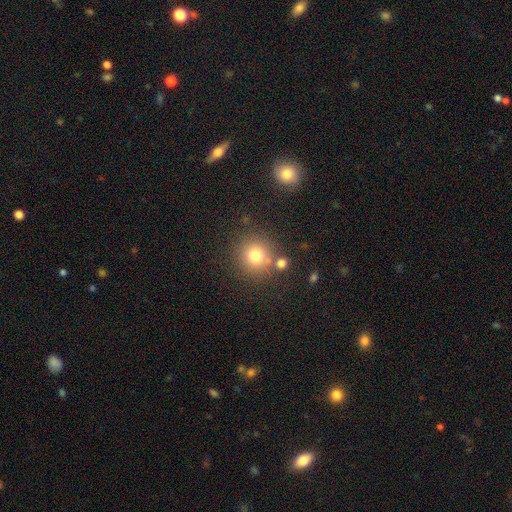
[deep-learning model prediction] The model was most divided on "smooth or featured": smooth: 76%, star or artifact: 14%, featured or disk: 9%. More confident: how rounded — round (92%); merging — none (75%).